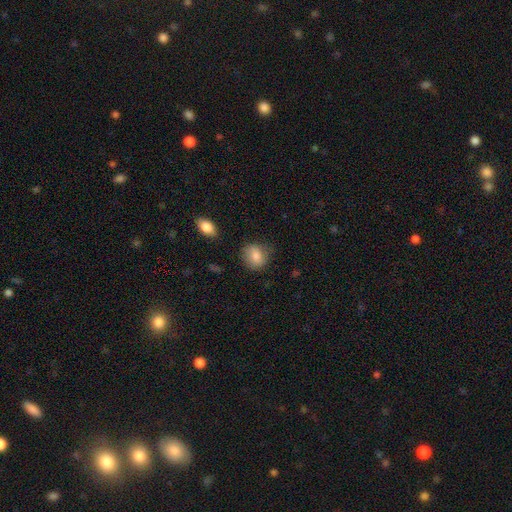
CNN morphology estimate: Smooth or featured?
  - smooth: 81% *
  - featured or disk: 11%
  - star or artifact: 8%
How rounded?
  - round: 72% *
  - in between: 27%
  - cigar-shaped: 1%
Merging?
  - none: 71% *
  - minor disturbance: 21%
  - major disturbance: 5%
  - merger: 2%